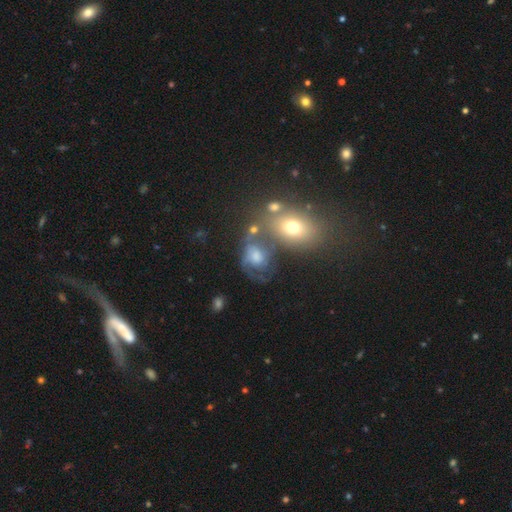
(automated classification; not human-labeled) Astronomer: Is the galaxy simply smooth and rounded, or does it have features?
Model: smooth — 43% (runner-up: featured or disk, 42%).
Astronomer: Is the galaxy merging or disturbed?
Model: none — 32% (runner-up: merger, 27%).